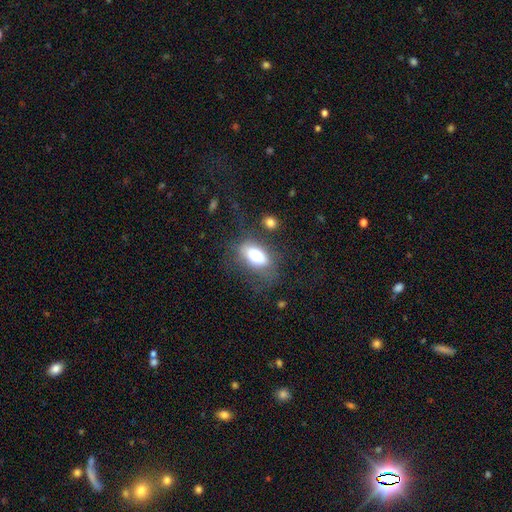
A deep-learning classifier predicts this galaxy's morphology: type=smooth (72%); roundness=in between (88%); merging=none (59%).